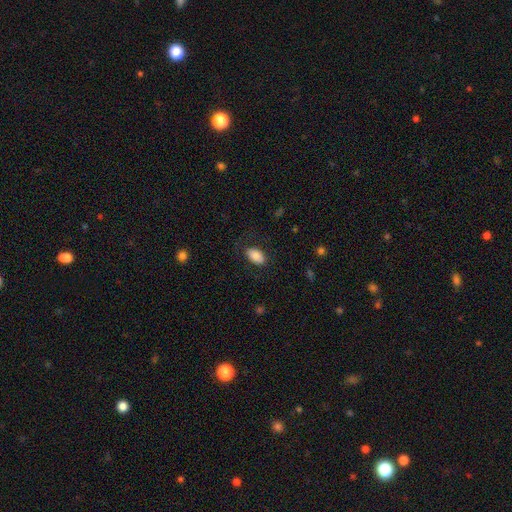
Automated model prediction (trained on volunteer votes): smooth_or_featured: smooth (p=0.85) [alt: featured or disk p=0.08]
how_rounded: in between (p=0.92) [alt: round p=0.06]
merging: none (p=0.80) [alt: minor disturbance p=0.13]